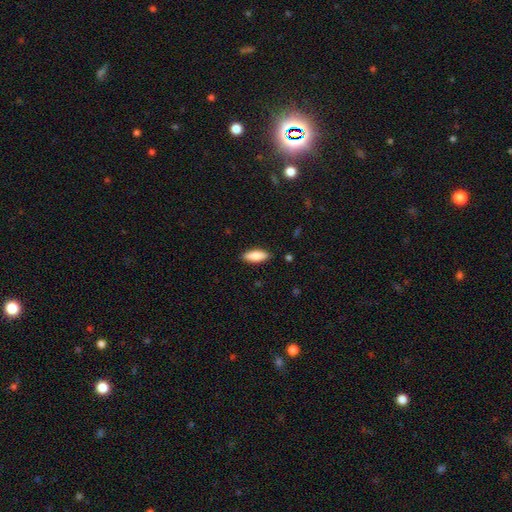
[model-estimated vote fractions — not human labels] This appears to be a smooth galaxy with no disk features (84%) that is in between round and cigar-shaped (73%). Merging: none (87%).